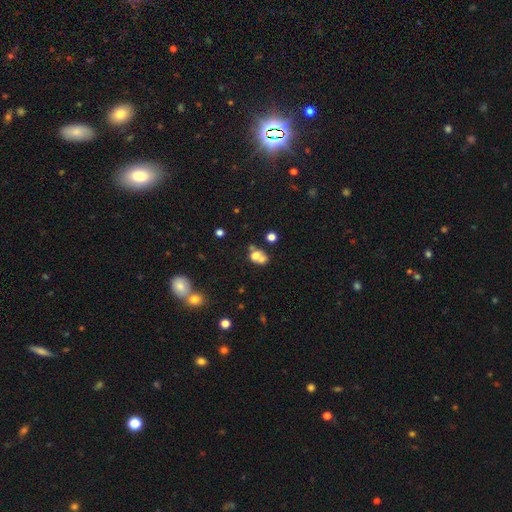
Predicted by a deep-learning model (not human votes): Smooth or featured: smooth — 64% (featured or disk — 22%)
How rounded: round — 58% (in between — 40%)
Merging: merger — 56% (none — 29%)